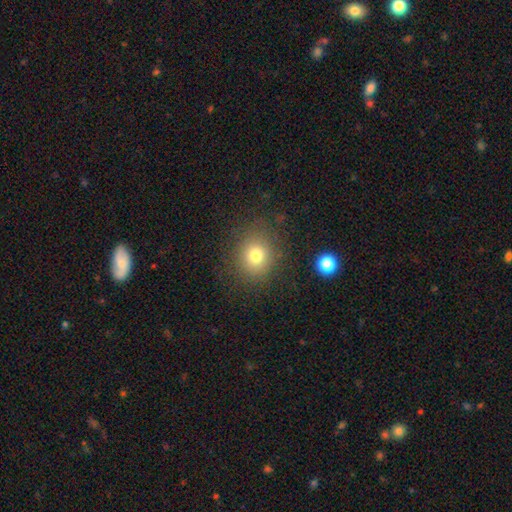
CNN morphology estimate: Smooth or featured? smooth (75%)
How rounded? round (78%)
Merging? none (82%)